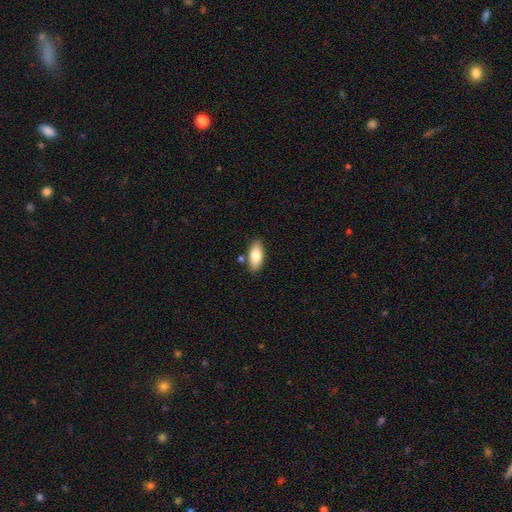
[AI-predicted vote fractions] This is likely a smooth galaxy (79%). How rounded: clearly in between (88%). Merging: clearly none (83%).